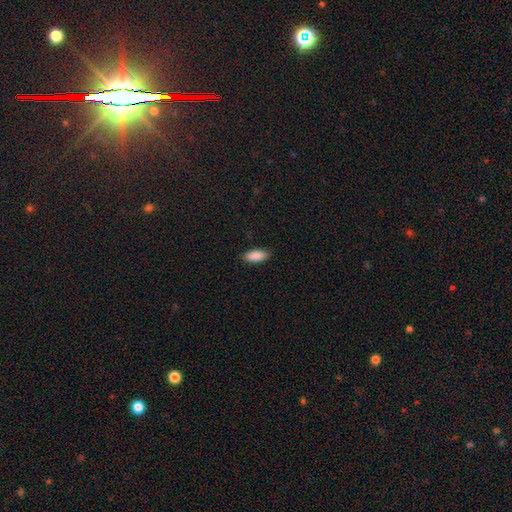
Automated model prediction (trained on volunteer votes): The model was most divided on "how rounded": in between: 85%, cigar-shaped: 13%, round: 2%. More confident: smooth or featured — smooth (89%); merging — none (88%).